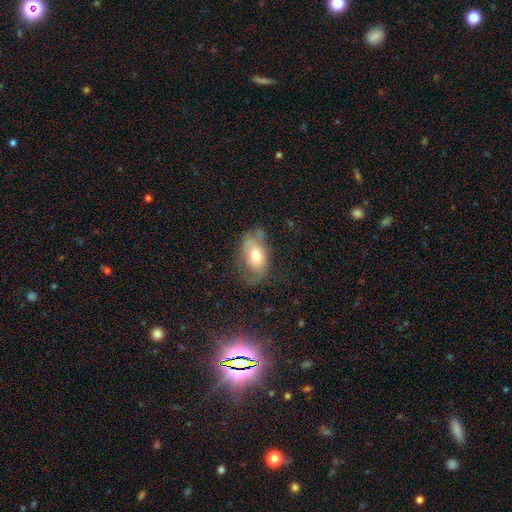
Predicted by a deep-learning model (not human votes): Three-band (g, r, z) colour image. It shows a smooth galaxy with no disk features (48%). Merging: none (48%).